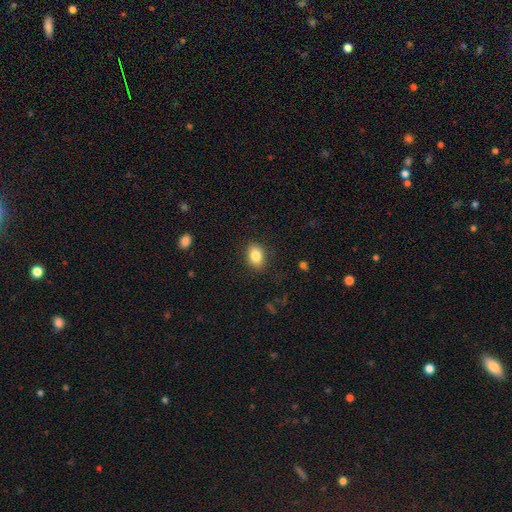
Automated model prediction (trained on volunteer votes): smooth 84%, star or artifact 9%, featured or disk 7%. Down the decision tree: how rounded — in between (79%); merging — none (86%).